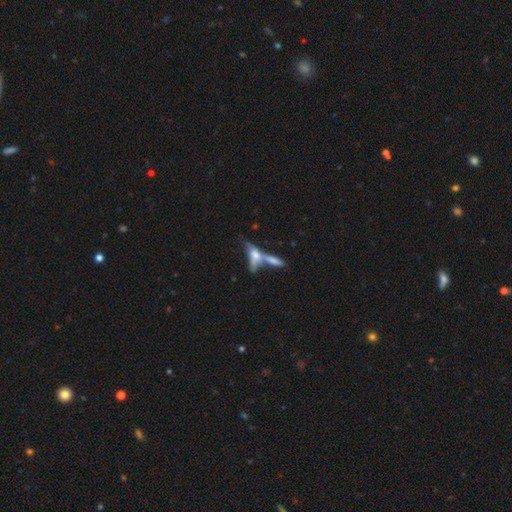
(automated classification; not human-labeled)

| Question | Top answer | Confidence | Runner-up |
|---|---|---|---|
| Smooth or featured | smooth | 48% | featured or disk (41%) |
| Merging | merger | 51% | none (28%) |